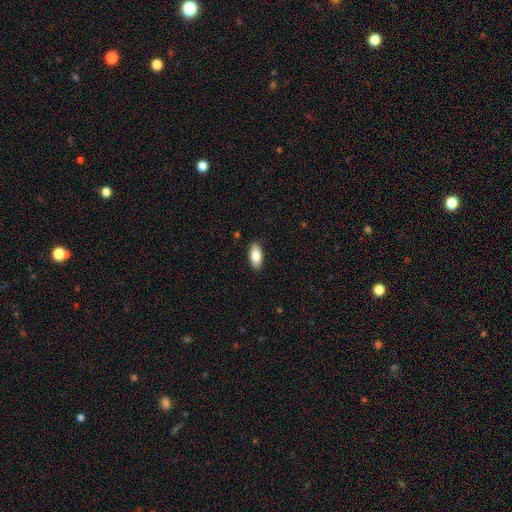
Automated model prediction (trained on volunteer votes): Smooth or featured?
  - smooth: 83% *
  - featured or disk: 11%
  - star or artifact: 6%
How rounded?
  - in between: 88% *
  - cigar-shaped: 9%
  - round: 2%
Merging?
  - none: 88% *
  - minor disturbance: 9%
  - major disturbance: 2%
  - merger: 1%